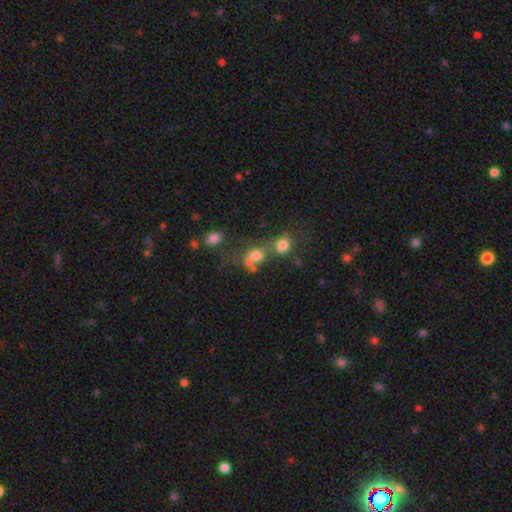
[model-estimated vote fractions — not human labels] The model was most divided on "merging": merger: 48%, none: 38%, minor disturbance: 8%, major disturbance: 6%. More confident: how rounded — round (69%); smooth or featured — smooth (50%).